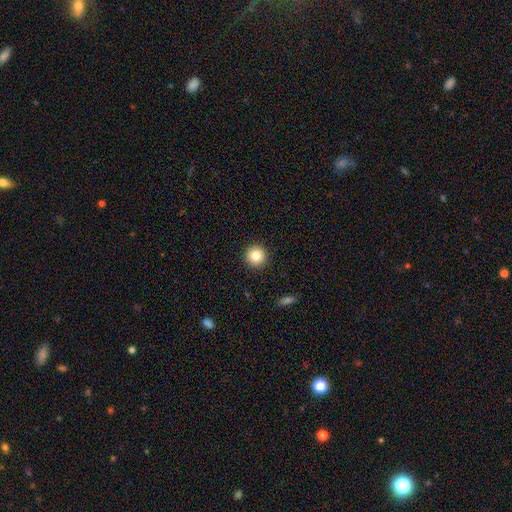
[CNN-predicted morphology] A smooth galaxy with no disk features (83%) that is round (95%). Merging: none (93%).